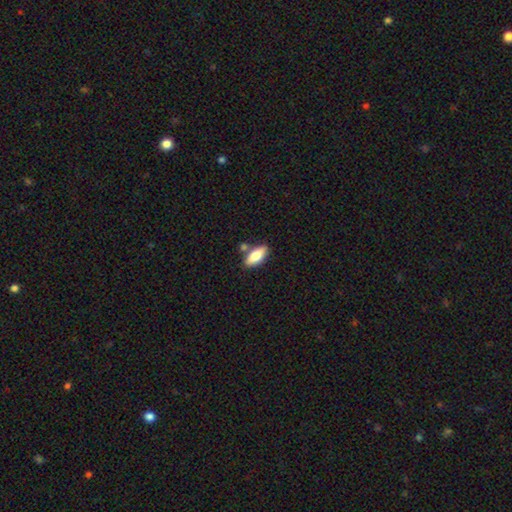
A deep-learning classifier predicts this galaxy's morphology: Smooth or featured? Predicted: smooth (p=0.70). How rounded? Predicted: in between (p=0.79). Merging? Predicted: none (p=0.74).